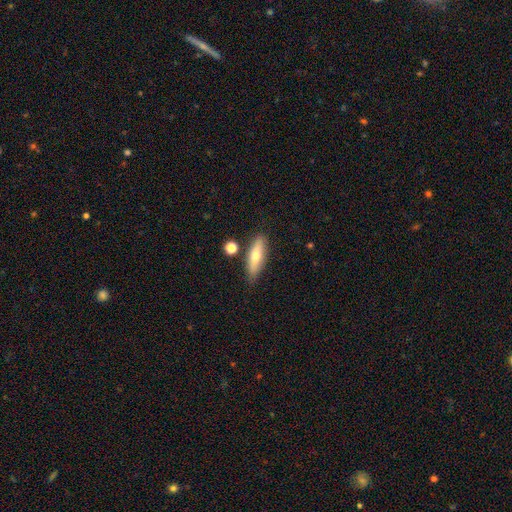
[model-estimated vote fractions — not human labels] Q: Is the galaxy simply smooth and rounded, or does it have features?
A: smooth — 62%.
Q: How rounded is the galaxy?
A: cigar-shaped — 55%.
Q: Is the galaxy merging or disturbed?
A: none — 80%.